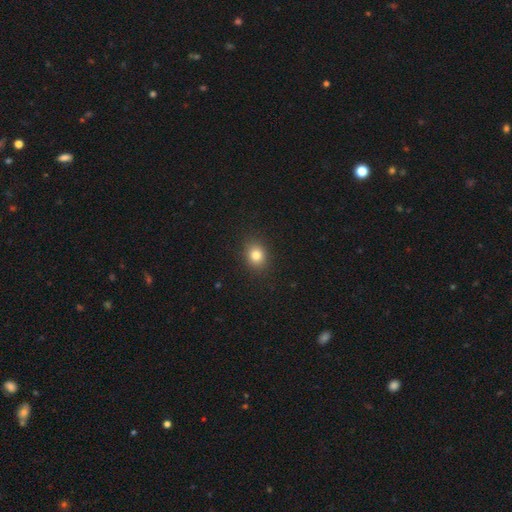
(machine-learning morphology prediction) The model was most divided on "how rounded": round: 58%, in between: 41%, cigar-shaped: 1%. More confident: merging — none (89%); smooth or featured — smooth (82%).